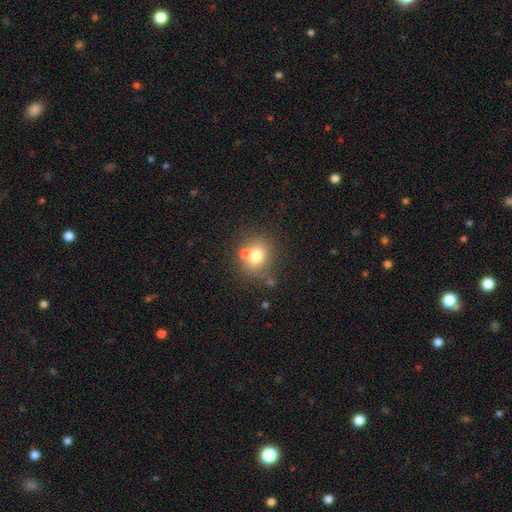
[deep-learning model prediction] Smooth or featured? Predicted: smooth (p=0.72). How rounded? Predicted: round (p=0.73). Merging? Predicted: none (p=0.58).